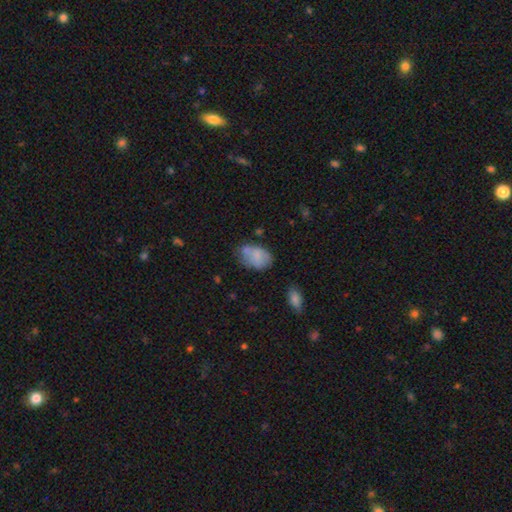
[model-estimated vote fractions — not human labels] Smooth or featured? smooth (76%)
How rounded? in between (86%)
Merging? none (52%)